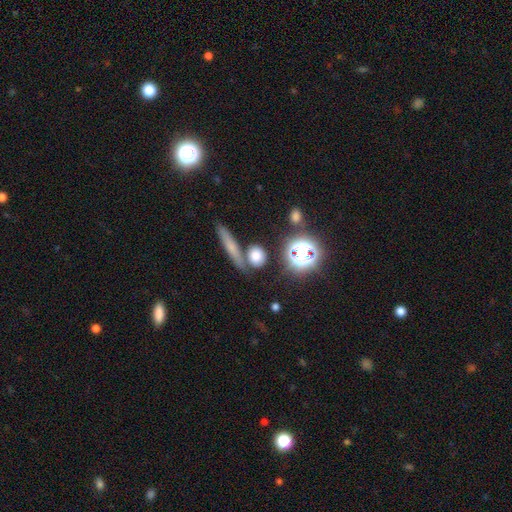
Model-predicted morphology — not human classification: A smooth galaxy with no disk features (73%) that is round (70%).

Vote fractions:
- Smooth or featured? smooth: 73% / star or artifact: 16% / featured or disk: 11%
- How rounded? round: 70% / in between: 20% / cigar-shaped: 10%
- Merging? none: 74% / merger: 13% / minor disturbance: 10% / major disturbance: 4%